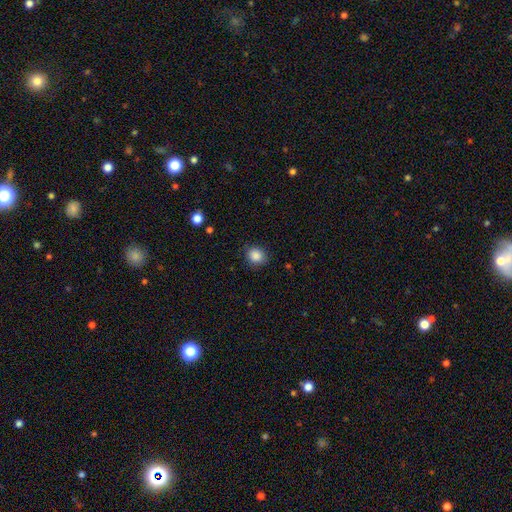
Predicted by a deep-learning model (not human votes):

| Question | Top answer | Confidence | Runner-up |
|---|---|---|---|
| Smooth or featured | smooth | 87% | star or artifact (9%) |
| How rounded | round | 78% | in between (22%) |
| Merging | none | 85% | minor disturbance (11%) |